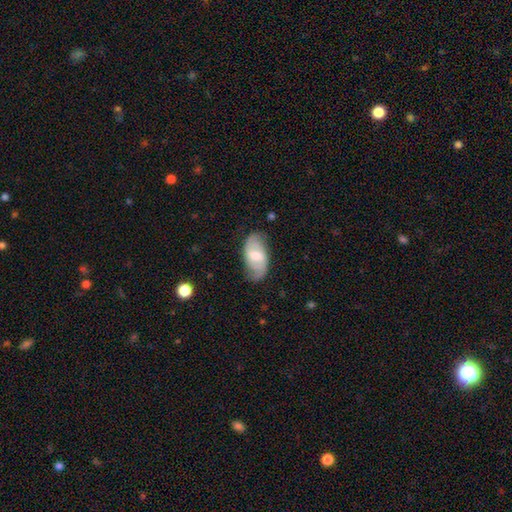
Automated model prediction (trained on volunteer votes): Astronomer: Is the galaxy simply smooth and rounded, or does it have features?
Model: featured or disk — 58% (runner-up: smooth, 36%).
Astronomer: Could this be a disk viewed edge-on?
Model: no — 95%.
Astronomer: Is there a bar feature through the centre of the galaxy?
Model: weak — 55%.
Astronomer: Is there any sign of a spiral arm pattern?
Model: yes — 85%.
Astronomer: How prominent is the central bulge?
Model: moderate — 56%.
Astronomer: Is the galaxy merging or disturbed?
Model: none — 70%.